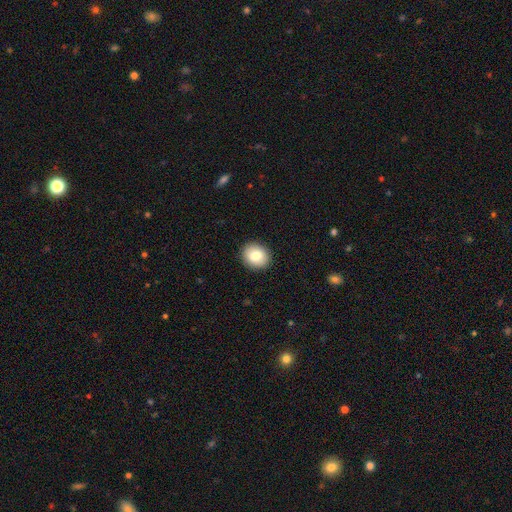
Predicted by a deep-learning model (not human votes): Morphology: type=smooth (81%); roundness=round (68%); merging=none (91%).